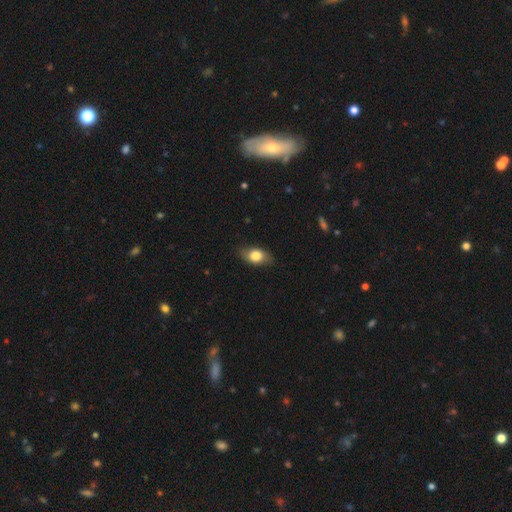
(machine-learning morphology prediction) Smooth or featured? Predicted: smooth (p=0.77). How rounded? Predicted: in between (p=0.84). Merging? Predicted: none (p=0.81).